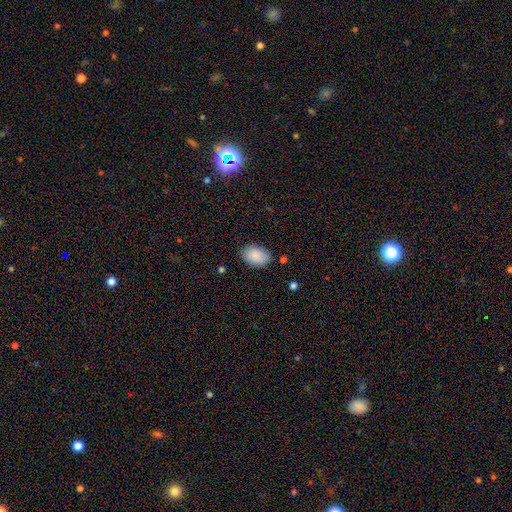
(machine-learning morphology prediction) Smooth or featured? smooth (89%)
How rounded? in between (85%)
Merging? none (82%)